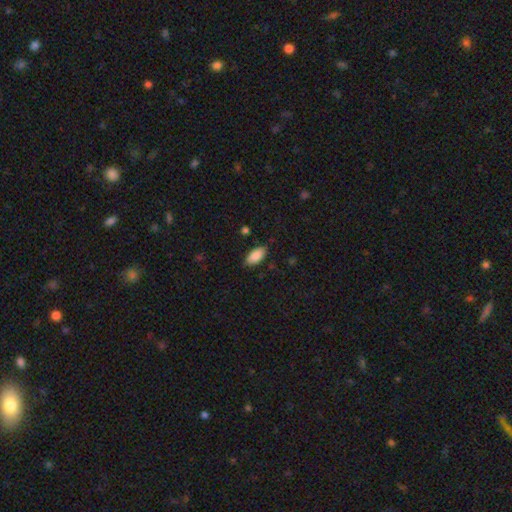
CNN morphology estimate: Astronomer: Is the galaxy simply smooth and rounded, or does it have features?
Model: smooth — 88%.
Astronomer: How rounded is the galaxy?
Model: in between — 92%.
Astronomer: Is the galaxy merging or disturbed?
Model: none — 84%.